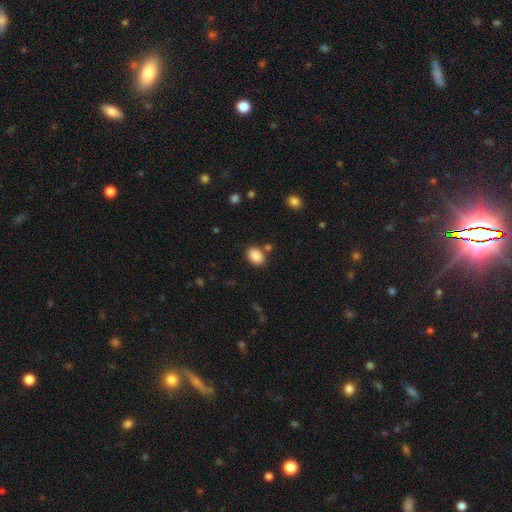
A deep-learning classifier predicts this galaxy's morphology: Smooth or featured: smooth — 88% (star or artifact — 8%)
How rounded: in between — 81% (round — 18%)
Merging: none — 79% (minor disturbance — 11%)